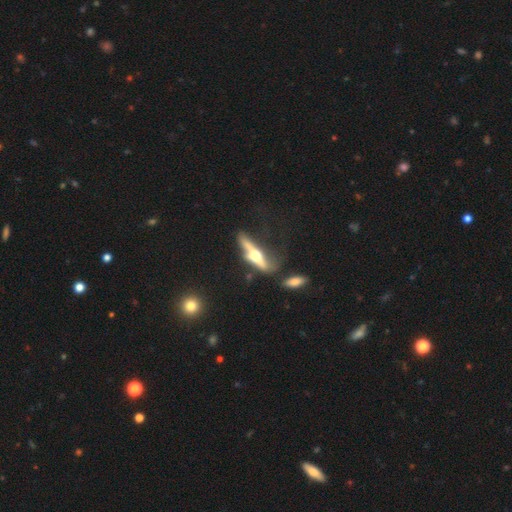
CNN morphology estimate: Smooth or featured? Predicted: featured or disk (p=0.66). Edge-on disk? Predicted: yes (p=0.85). Edge-on bulge? Predicted: rounded (p=0.91). Merging? Predicted: none (p=0.42).